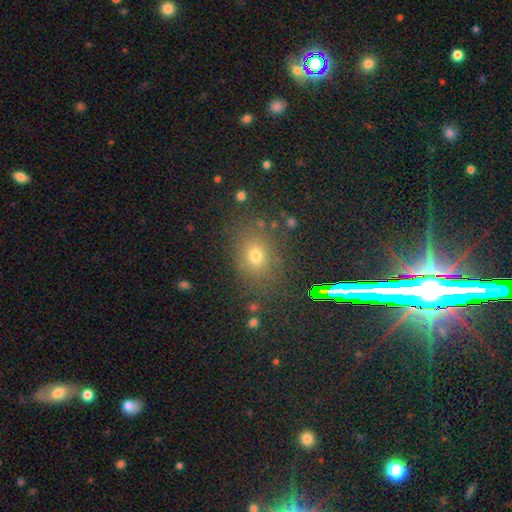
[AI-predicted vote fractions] Smooth or featured? Predicted: smooth (p=0.68). How rounded? Predicted: round (p=0.50). Merging? Predicted: none (p=0.80).